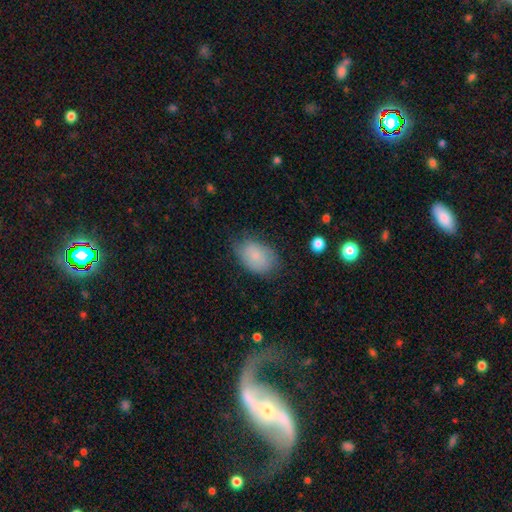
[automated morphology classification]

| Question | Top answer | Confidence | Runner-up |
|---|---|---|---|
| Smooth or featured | smooth | 82% | featured or disk (10%) |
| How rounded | in between | 88% | round (11%) |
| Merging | none | 69% | minor disturbance (23%) |